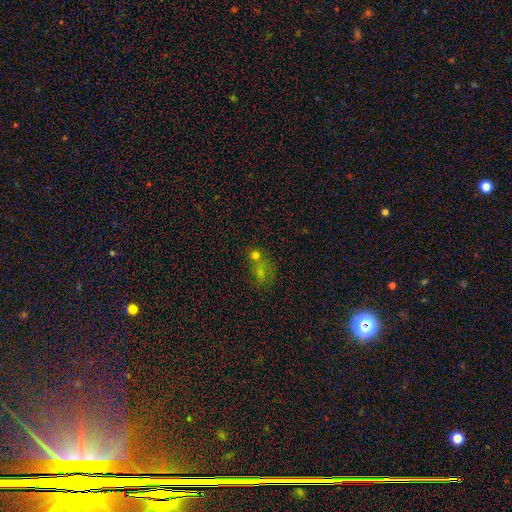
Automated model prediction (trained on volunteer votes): A smooth galaxy with no disk features (59%) that is round (72%). Merging: none (44%).